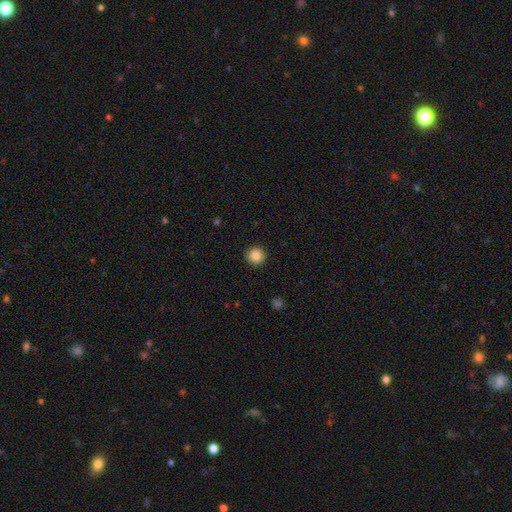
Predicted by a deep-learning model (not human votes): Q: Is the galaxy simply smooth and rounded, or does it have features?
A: smooth — 86%.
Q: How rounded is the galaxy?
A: round — 96%.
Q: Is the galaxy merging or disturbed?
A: none — 93%.